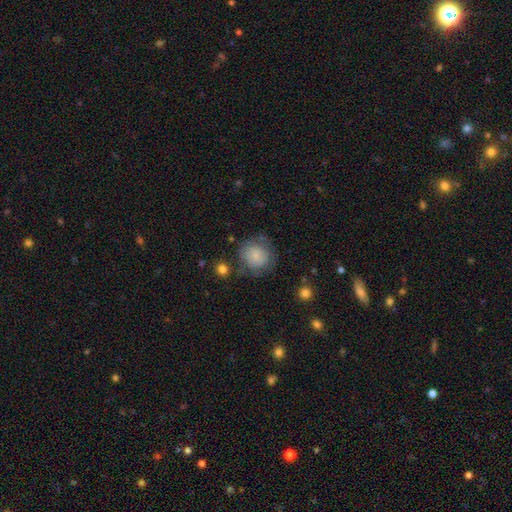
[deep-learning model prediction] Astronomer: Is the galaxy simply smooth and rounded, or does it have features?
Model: smooth — 77%.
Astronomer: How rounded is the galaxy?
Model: round — 84%.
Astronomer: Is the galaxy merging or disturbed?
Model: none — 66%.